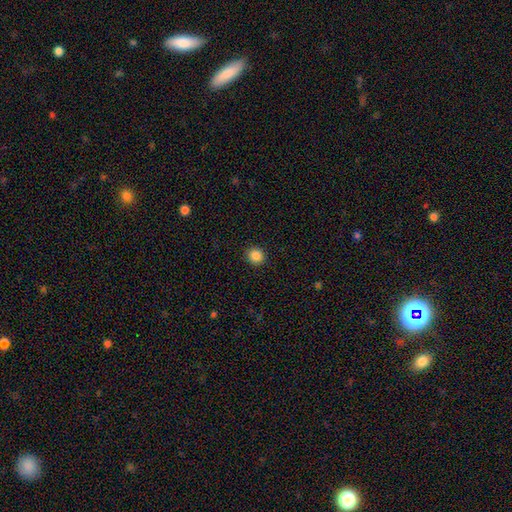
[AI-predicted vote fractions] Smooth or featured?
  - smooth: 87% *
  - star or artifact: 10%
  - featured or disk: 3%
How rounded?
  - round: 90% *
  - in between: 9%
  - cigar-shaped: 1%
Merging?
  - none: 92% *
  - minor disturbance: 5%
  - major disturbance: 2%
  - merger: 1%